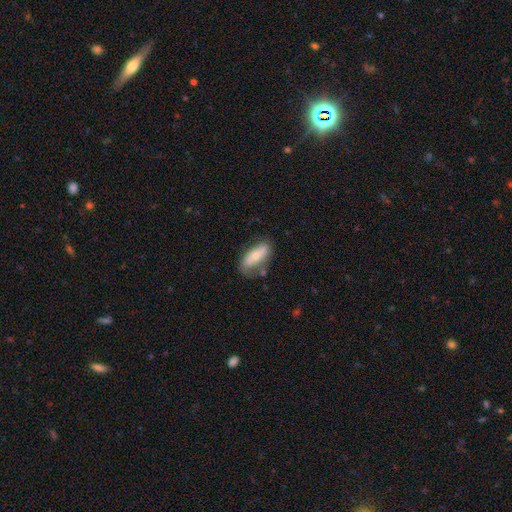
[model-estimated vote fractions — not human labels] Q: Smooth or featured?
A: smooth (62%); runner-up: featured or disk (32%)
Q: How rounded?
A: in between (73%); runner-up: cigar-shaped (25%)
Q: Merging?
A: none (62%); runner-up: minor disturbance (24%)